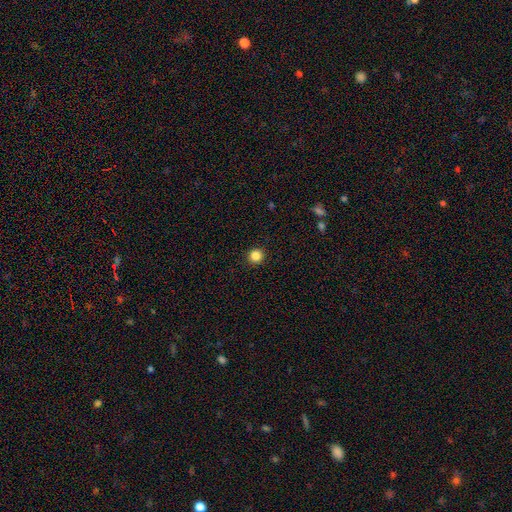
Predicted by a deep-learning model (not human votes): Smooth or featured? smooth (85%)
How rounded? round (95%)
Merging? none (93%)